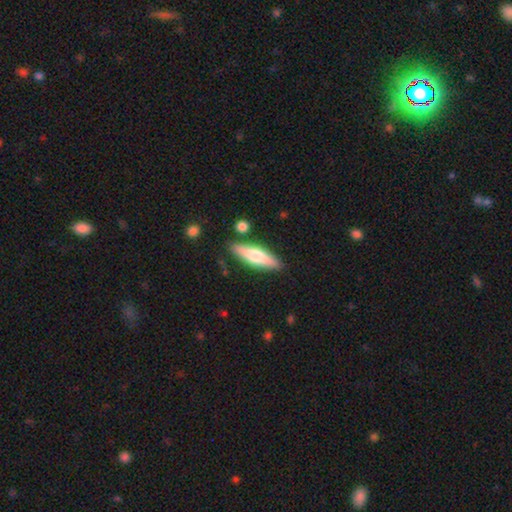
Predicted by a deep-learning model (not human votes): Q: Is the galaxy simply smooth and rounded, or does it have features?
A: smooth — 55%.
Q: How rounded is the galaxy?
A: cigar-shaped — 61%.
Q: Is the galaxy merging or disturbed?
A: none — 84%.